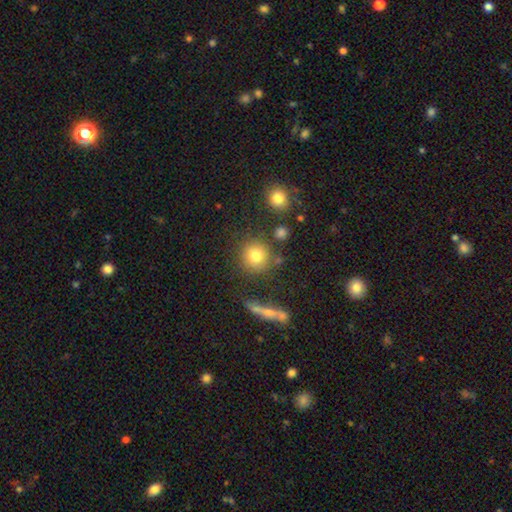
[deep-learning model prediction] smooth-or-featured: smooth: 78% | star or artifact: 12% | featured or disk: 10%
  how-rounded: round: 90% | in between: 8% | cigar-shaped: 1%
  merging: none: 79% | minor disturbance: 10% | merger: 7% | major disturbance: 4%